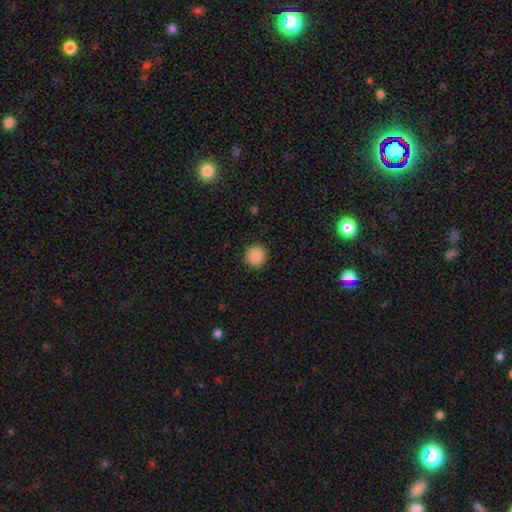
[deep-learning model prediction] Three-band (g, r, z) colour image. It shows a smooth galaxy with no disk features (88%) that is round (95%). Merging: none (92%).